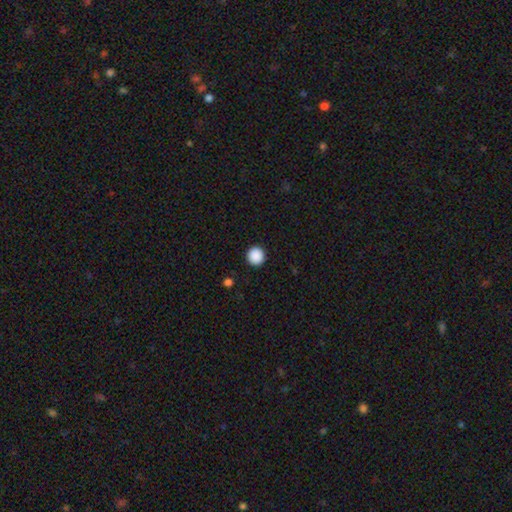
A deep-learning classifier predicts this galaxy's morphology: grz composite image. It shows a smooth galaxy with no disk features (90%) that is round (95%). Merging: none (93%).